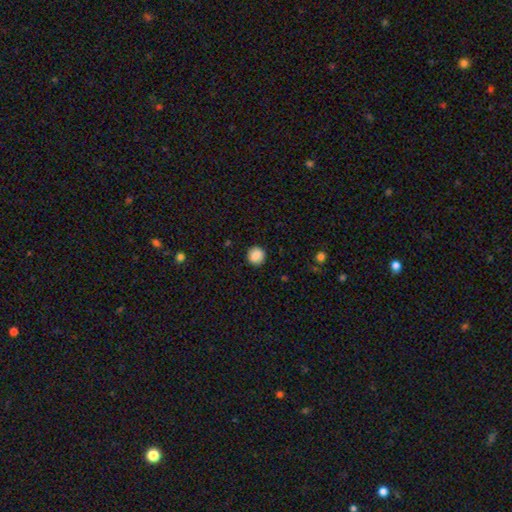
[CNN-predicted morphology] Smooth or featured? Predicted: smooth (p=0.87). How rounded? Predicted: round (p=0.93). Merging? Predicted: none (p=0.91).